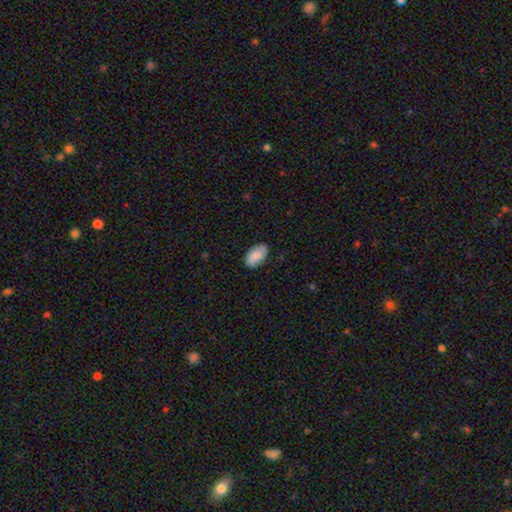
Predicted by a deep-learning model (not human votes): A smooth galaxy with no disk features (79%) that is in between round and cigar-shaped (95%). Merging: none (85%).